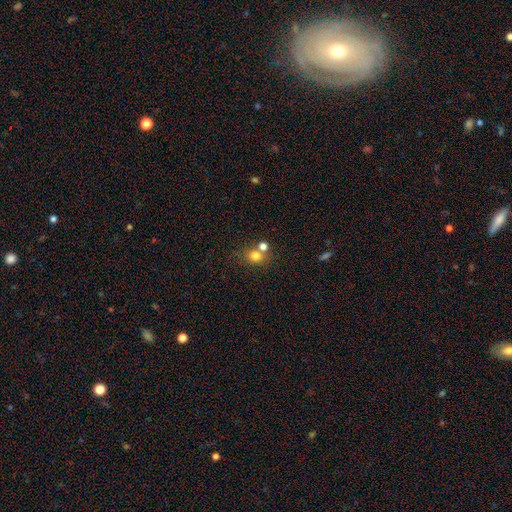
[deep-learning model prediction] Q: Smooth or featured?
A: smooth (75%); runner-up: star or artifact (15%)
Q: How rounded?
A: round (73%); runner-up: in between (26%)
Q: Merging?
A: none (55%); runner-up: merger (31%)